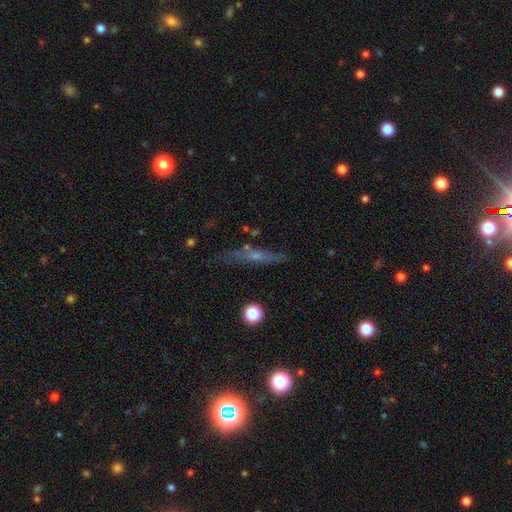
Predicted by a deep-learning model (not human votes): Overall: featured or disk (48%; smooth 36%). Merging: none (70%).